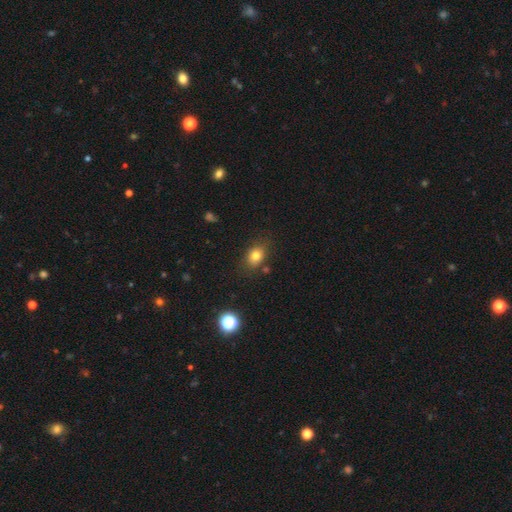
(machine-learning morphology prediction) Smooth or featured?
  - smooth: 78% *
  - star or artifact: 12%
  - featured or disk: 9%
How rounded?
  - in between: 61% *
  - round: 37%
  - cigar-shaped: 1%
Merging?
  - none: 78% *
  - minor disturbance: 14%
  - merger: 4%
  - major disturbance: 4%